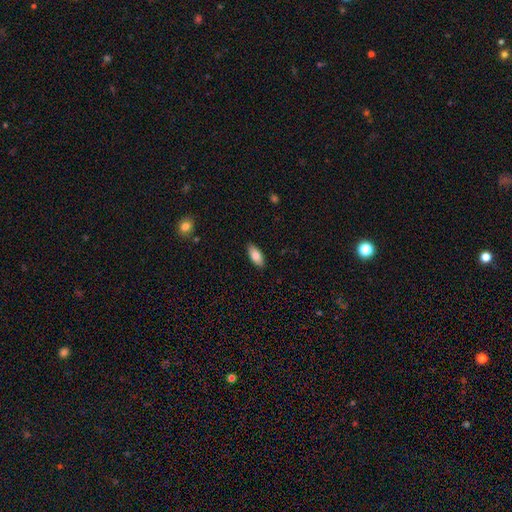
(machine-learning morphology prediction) A smooth galaxy with no disk features (82%) that is in between round and cigar-shaped (87%).

Vote fractions:
- Smooth or featured? smooth: 82% / featured or disk: 12% / star or artifact: 6%
- How rounded? in between: 87% / cigar-shaped: 11% / round: 2%
- Merging? none: 88% / minor disturbance: 9% / major disturbance: 2% / merger: 1%